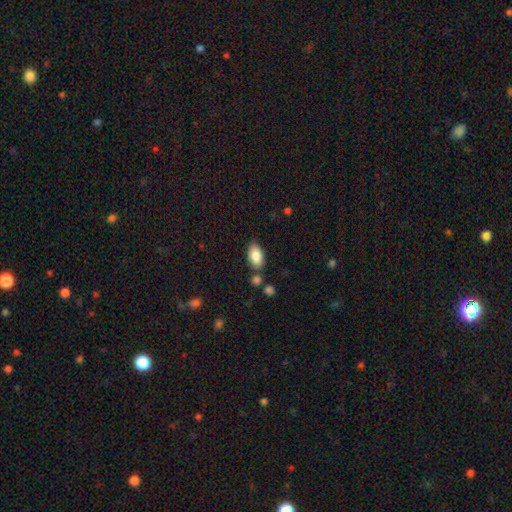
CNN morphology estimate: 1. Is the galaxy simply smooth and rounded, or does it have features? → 86% smooth, 7% featured or disk, 7% star or artifact.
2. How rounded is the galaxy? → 94% in between, 4% round, 3% cigar-shaped.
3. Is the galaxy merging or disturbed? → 76% none, 14% minor disturbance, 7% merger, 3% major disturbance.